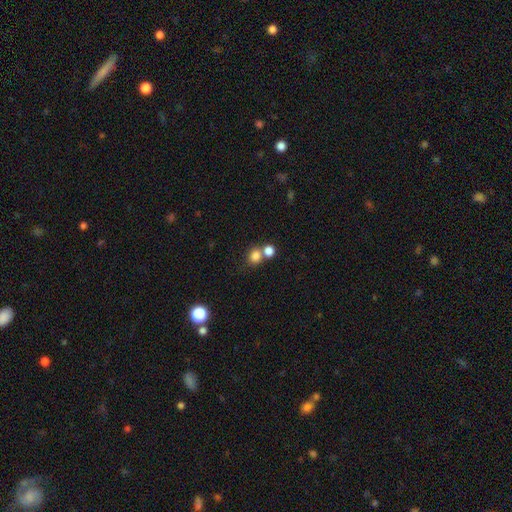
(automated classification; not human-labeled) Morphology: type=smooth (80%); roundness=round (78%); merging=none (51%).